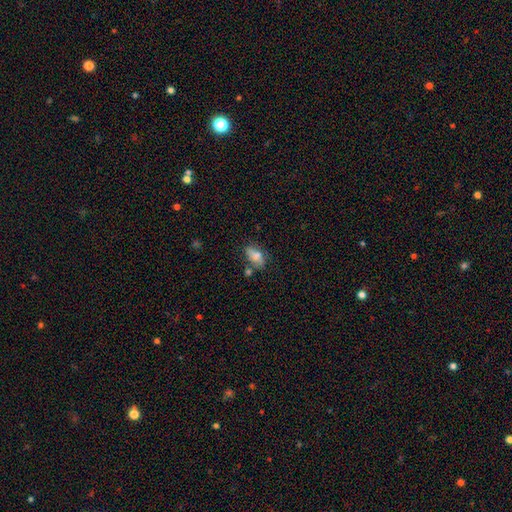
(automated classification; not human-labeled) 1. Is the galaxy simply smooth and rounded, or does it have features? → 69% smooth, 21% featured or disk, 10% star or artifact.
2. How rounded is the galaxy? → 85% in between, 9% round, 6% cigar-shaped.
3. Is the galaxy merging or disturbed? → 50% none, 25% minor disturbance, 15% merger, 10% major disturbance.